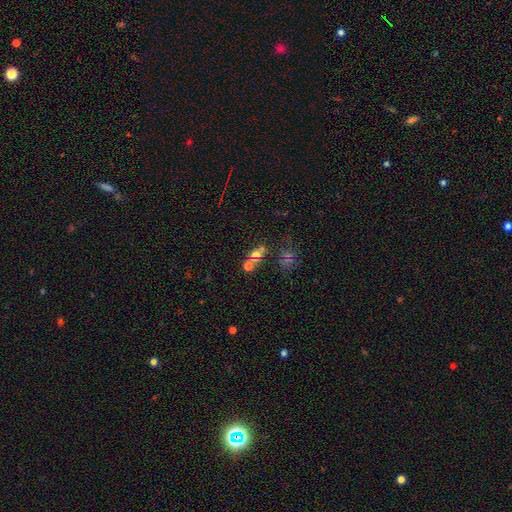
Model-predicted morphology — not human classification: Smooth or featured: smooth — 54% (star or artifact — 29%)
How rounded: round — 64% (in between — 33%)
Merging: none — 49% (merger — 36%)